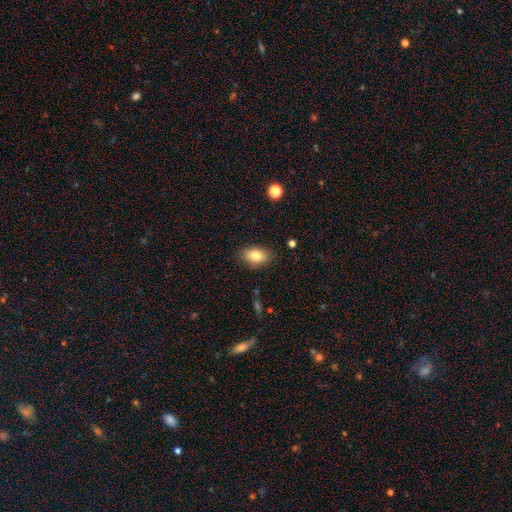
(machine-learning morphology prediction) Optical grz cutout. It shows a smooth galaxy with no disk features (82%) that is in between round and cigar-shaped (89%). Merging: none (84%).